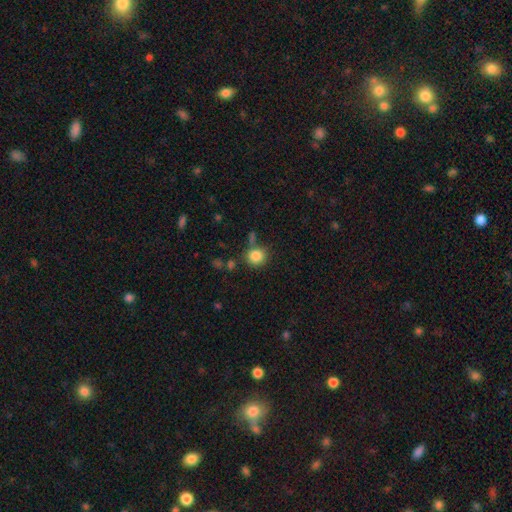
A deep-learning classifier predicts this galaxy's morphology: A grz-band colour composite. It shows a smooth galaxy with no disk features (84%) that is round (85%). Merging: none (72%).